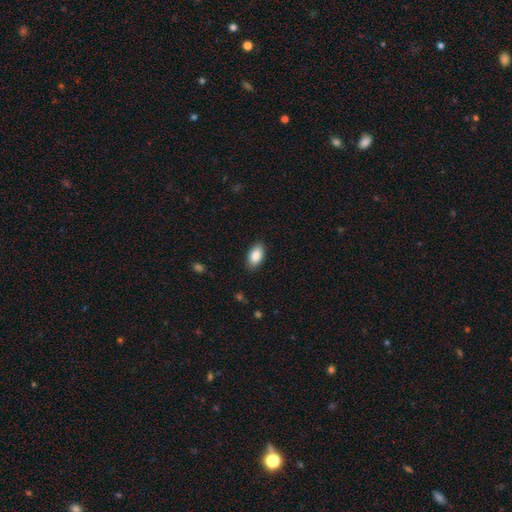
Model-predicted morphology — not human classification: type=smooth (87%); roundness=in between (94%); merging=none (88%).